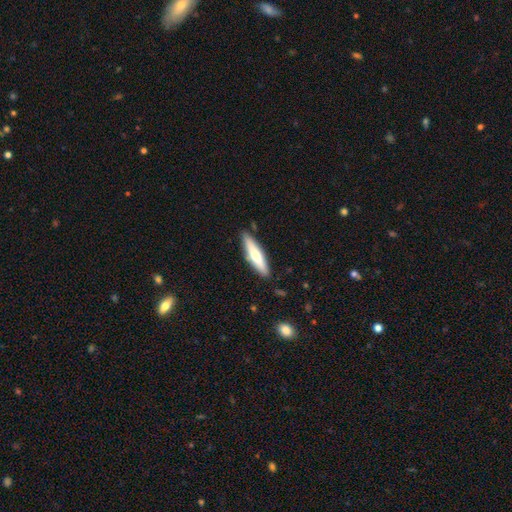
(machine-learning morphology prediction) smooth_or_featured: smooth (p=0.60) [alt: featured or disk p=0.35]
how_rounded: cigar-shaped (p=0.76) [alt: in between p=0.22]
merging: none (p=0.87) [alt: minor disturbance p=0.10]